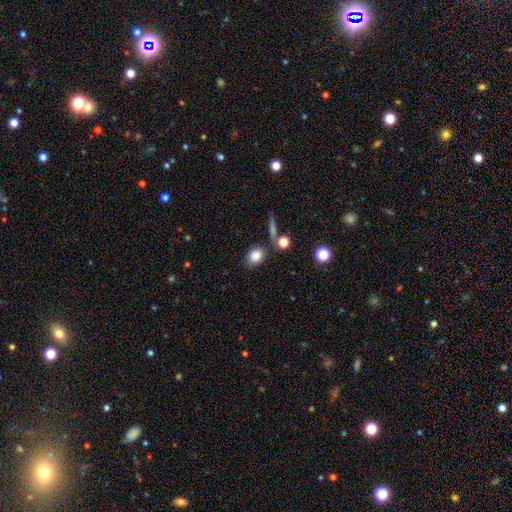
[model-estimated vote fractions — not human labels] A smooth galaxy with no disk features (84%) that is in between round and cigar-shaped (62%).

Vote fractions:
- Smooth or featured? smooth: 84% / star or artifact: 9% / featured or disk: 7%
- How rounded? in between: 62% / round: 36% / cigar-shaped: 2%
- Merging? none: 74% / minor disturbance: 13% / merger: 10% / major disturbance: 4%